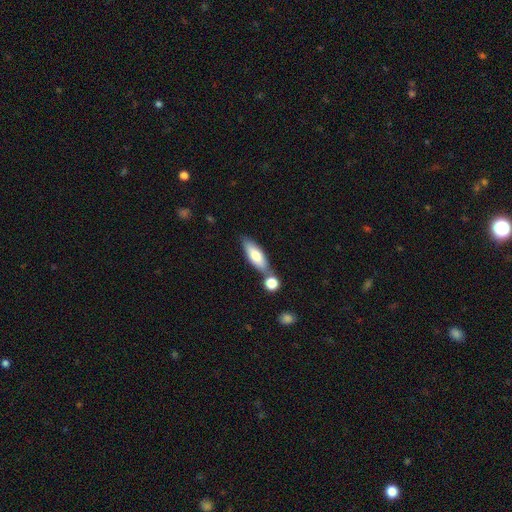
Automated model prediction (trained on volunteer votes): Smooth or featured? Predicted: smooth (p=0.72). How rounded? Predicted: in between (p=0.57). Merging? Predicted: none (p=0.59).